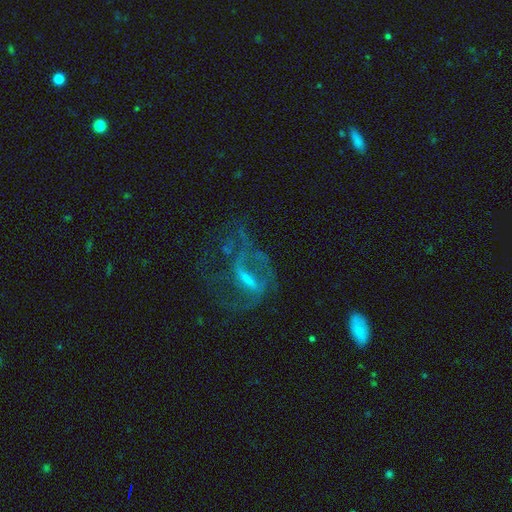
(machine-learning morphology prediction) Smooth or featured? Predicted: featured or disk (p=0.66). Edge-on disk? Predicted: no (p=0.93). Bar? Predicted: weak (p=0.42). Spiral arms? Predicted: yes (p=0.61). Bulge size? Predicted: small (p=0.48). Merging? Predicted: none (p=0.44).